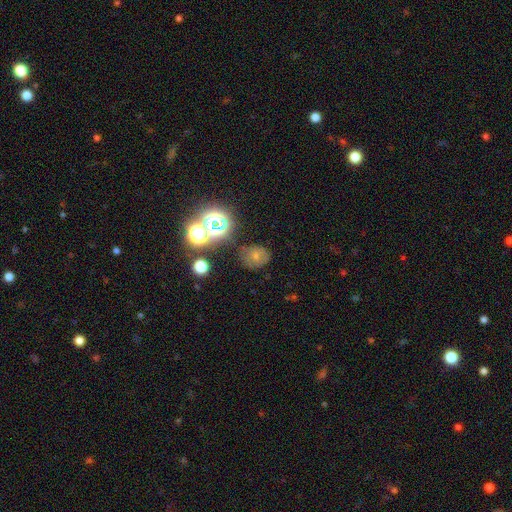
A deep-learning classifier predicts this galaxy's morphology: smooth 59%, star or artifact 24%, featured or disk 17%. Down the decision tree: how rounded — round (70%); merging — none (68%).